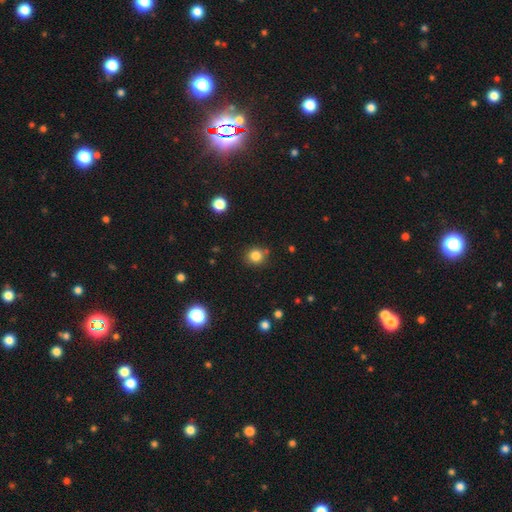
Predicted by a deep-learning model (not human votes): smooth 82%, star or artifact 13%, featured or disk 5%. Down the decision tree: how rounded — round (86%); merging — none (80%).